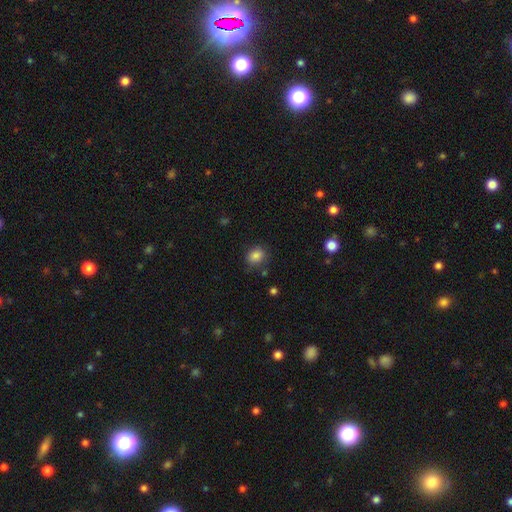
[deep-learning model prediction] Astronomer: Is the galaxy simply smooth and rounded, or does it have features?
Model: smooth — 84%.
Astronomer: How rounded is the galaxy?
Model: round — 58% (runner-up: in between, 41%).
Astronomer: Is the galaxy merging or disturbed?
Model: none — 81%.